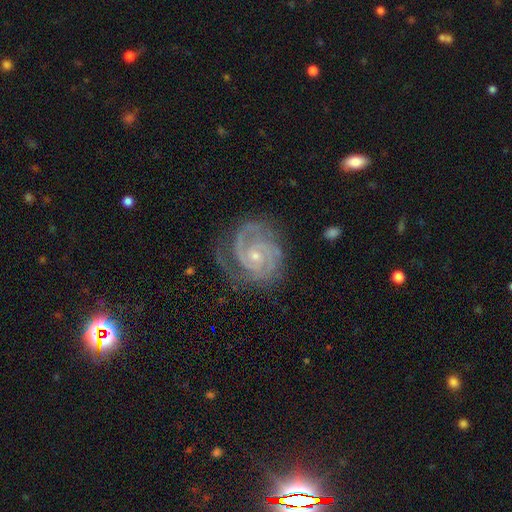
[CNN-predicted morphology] Smooth or featured: featured or disk — 92% (star or artifact — 5%)
Edge-on disk: no — 98% (yes — 2%)
Bar: no — 68% (weak — 26%)
Spiral arms: yes — 98% (no — 2%)
Spiral winding: tight — 69% (medium — 27%)
Spiral arm count: 2 — 55% (3 — 24%)
Bulge size: small — 68% (moderate — 29%)
Merging: none — 70% (minor disturbance — 20%)